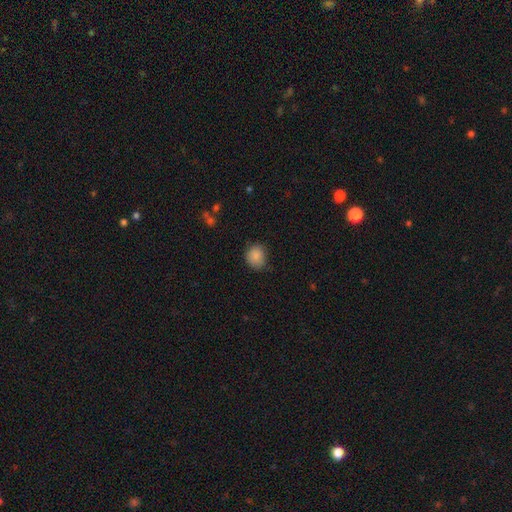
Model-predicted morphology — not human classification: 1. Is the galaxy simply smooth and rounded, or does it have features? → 87% smooth, 9% star or artifact, 5% featured or disk.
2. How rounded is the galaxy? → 74% round, 25% in between, 1% cigar-shaped.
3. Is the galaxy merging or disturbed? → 74% none, 21% minor disturbance, 4% major disturbance, 1% merger.